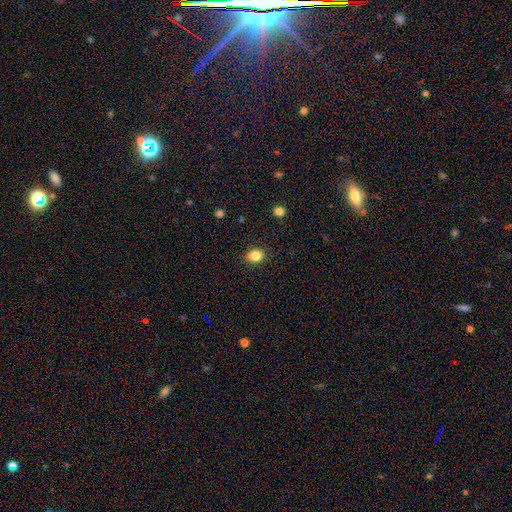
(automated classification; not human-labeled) Smooth or featured?
  - smooth: 84% *
  - star or artifact: 11%
  - featured or disk: 5%
How rounded?
  - round: 57% *
  - in between: 42%
  - cigar-shaped: 1%
Merging?
  - none: 88% *
  - minor disturbance: 8%
  - major disturbance: 2%
  - merger: 1%